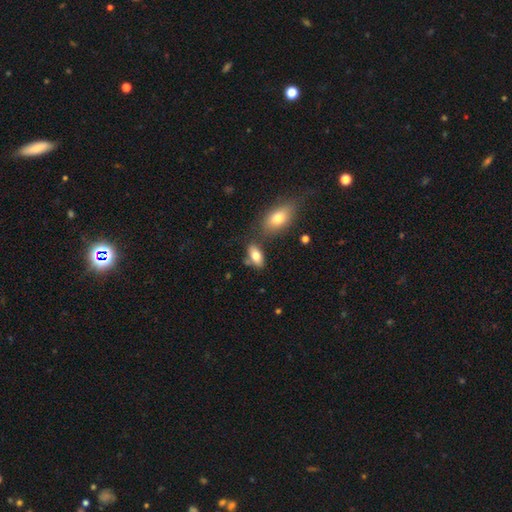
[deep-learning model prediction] Smooth or featured? Predicted: smooth (p=0.75). How rounded? Predicted: in between (p=0.88). Merging? Predicted: none (p=0.66).